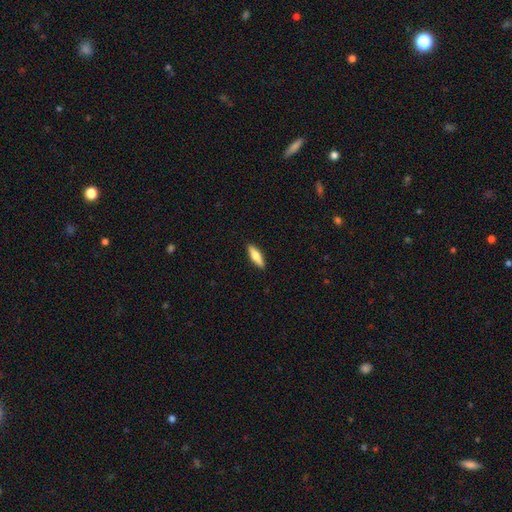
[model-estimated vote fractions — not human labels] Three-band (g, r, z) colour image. It shows a smooth galaxy with no disk features (66%) that is cigar-shaped (62%). Merging: none (90%).